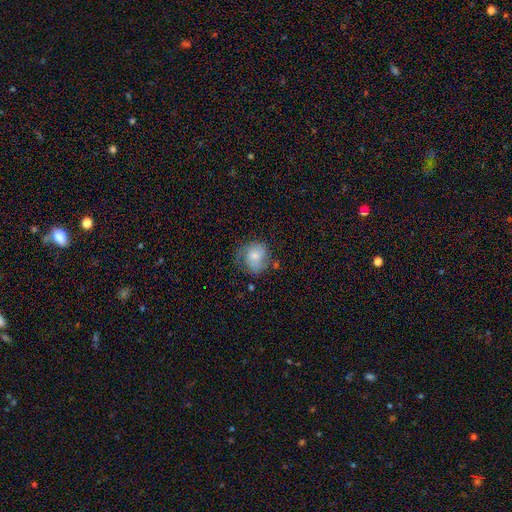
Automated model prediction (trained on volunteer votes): featured or disk 46%, smooth 43%, star or artifact 10%. Down the decision tree: merging — none (58%).